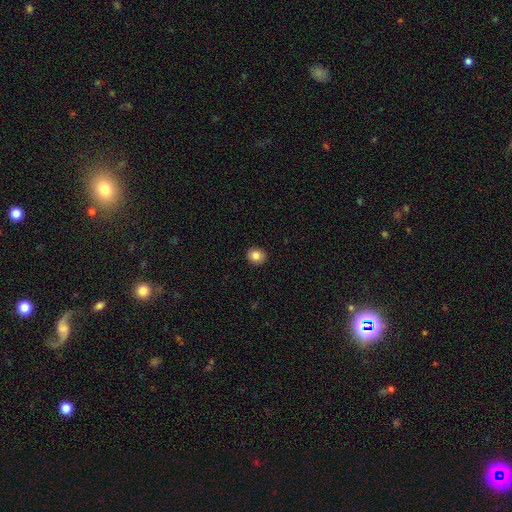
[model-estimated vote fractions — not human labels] smooth 83%, star or artifact 9%, featured or disk 8%. Down the decision tree: how rounded — round (78%); merging — none (92%).